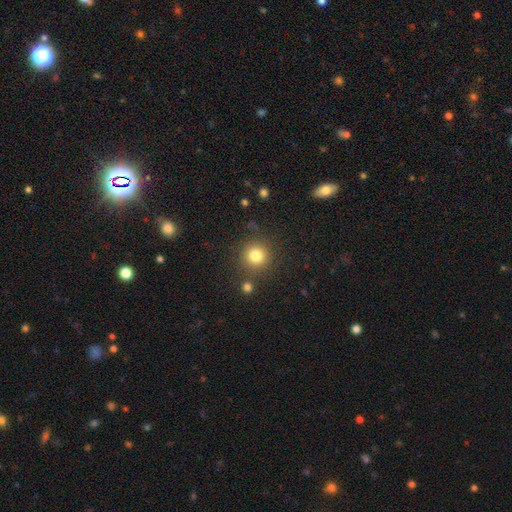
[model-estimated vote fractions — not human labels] smooth 81%, star or artifact 12%, featured or disk 7%. Down the decision tree: how rounded — round (93%); merging — none (83%).